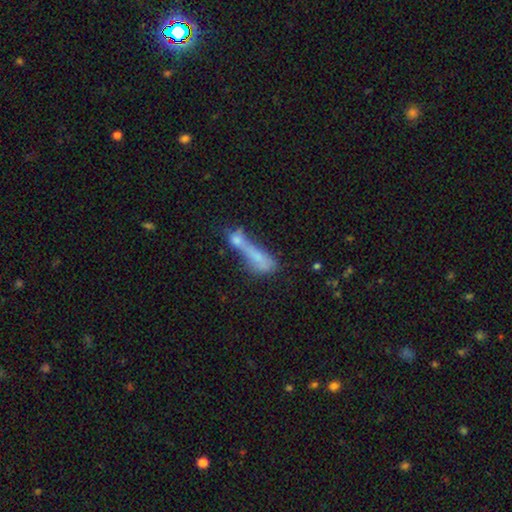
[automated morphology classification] Q: Smooth or featured?
A: smooth (52%); runner-up: featured or disk (34%)
Q: How rounded?
A: cigar-shaped (65%); runner-up: in between (30%)
Q: Merging?
A: merger (58%); runner-up: none (16%)